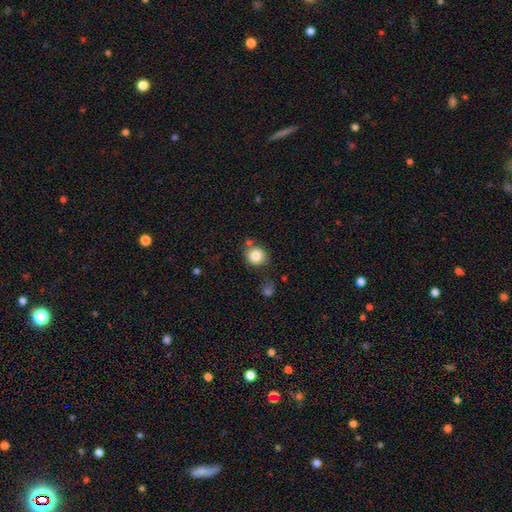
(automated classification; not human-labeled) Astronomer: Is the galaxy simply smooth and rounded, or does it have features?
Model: smooth — 81%.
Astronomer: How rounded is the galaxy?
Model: round — 79%.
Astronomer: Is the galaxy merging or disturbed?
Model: none — 68%.